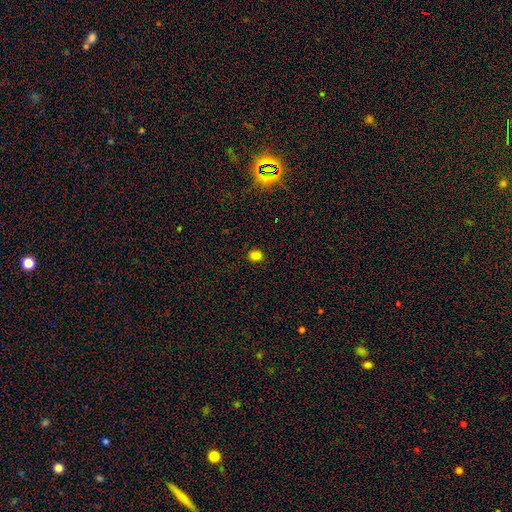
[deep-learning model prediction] Overall: smooth (80%). How rounded: round (58%; in between 41%). Merging: none (88%).